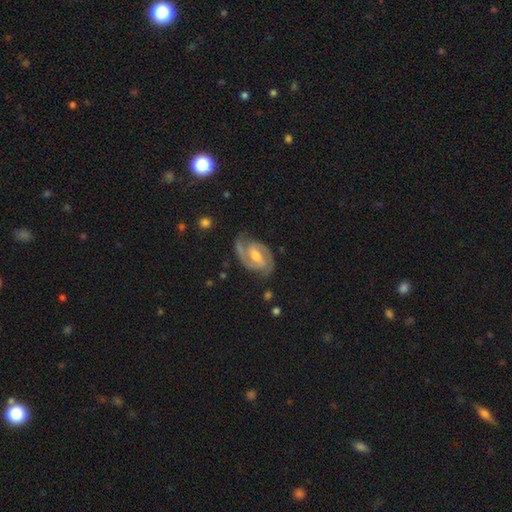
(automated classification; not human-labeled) smooth_or_featured: featured or disk (p=0.90) [alt: smooth p=0.05]
disk_edge_on: no (p=0.97) [alt: yes p=0.03]
bar: weak (p=0.50) [alt: strong p=0.31]
has_spiral_arms: yes (p=0.98) [alt: no p=0.02]
spiral_winding: medium (p=0.50) [alt: tight p=0.41]
spiral_arm_count: 2 (p=0.91) [alt: can't tell p=0.03]
bulge_size: moderate (p=0.57) [alt: small p=0.33]
merging: none (p=0.78) [alt: minor disturbance p=0.15]